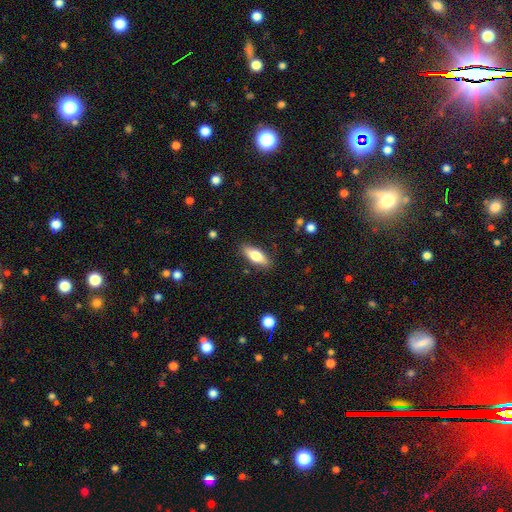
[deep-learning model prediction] Overall: smooth (67%). How rounded: in between (66%; cigar-shaped 32%). Merging: none (86%).